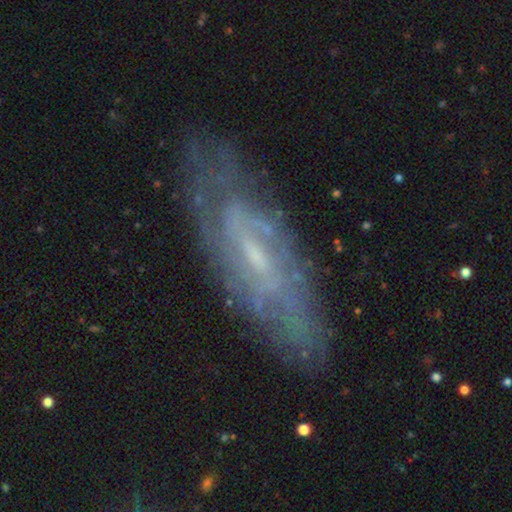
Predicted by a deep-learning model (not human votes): Smooth or featured: featured or disk — 76% (smooth — 15%)
Edge-on disk: no — 80% (yes — 20%)
Bar: weak — 51% (no — 34%)
Spiral arms: yes — 83% (no — 17%)
Spiral winding: tight — 52% (medium — 34%)
Spiral arm count: can't tell — 59% (2 — 22%)
Bulge size: small — 68% (moderate — 20%)
Merging: none — 76% (minor disturbance — 16%)